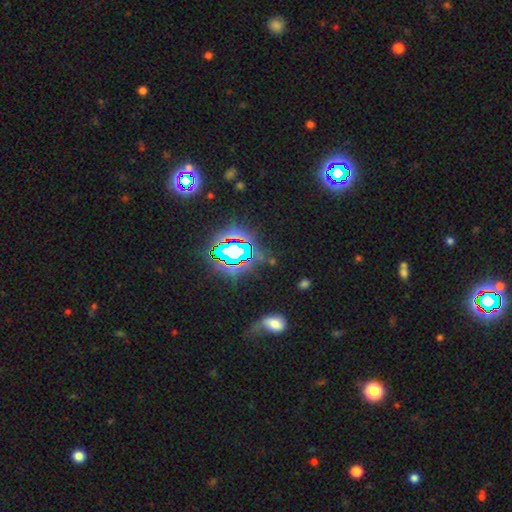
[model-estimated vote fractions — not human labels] Smooth or featured? star or artifact (71%)